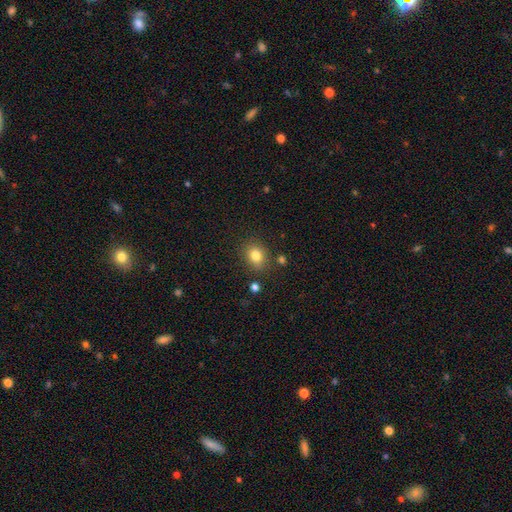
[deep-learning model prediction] A smooth galaxy with no disk features (81%) that is round (56%).

Vote fractions:
- Smooth or featured? smooth: 81% / star or artifact: 11% / featured or disk: 8%
- How rounded? round: 56% / in between: 43% / cigar-shaped: 1%
- Merging? none: 82% / minor disturbance: 11% / merger: 4% / major disturbance: 3%